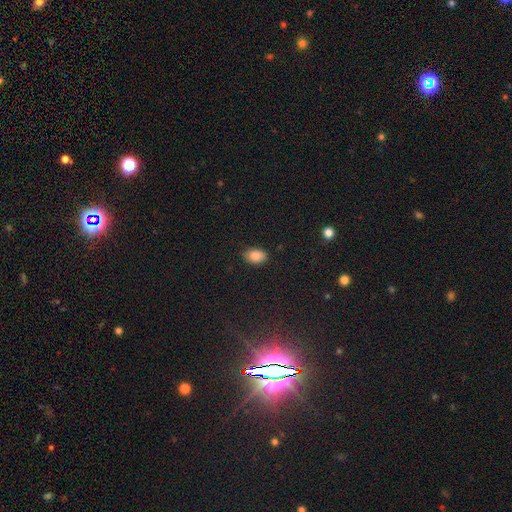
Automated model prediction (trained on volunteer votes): Smooth or featured?
  - smooth: 86% *
  - star or artifact: 9%
  - featured or disk: 5%
How rounded?
  - in between: 84% *
  - round: 14%
  - cigar-shaped: 1%
Merging?
  - none: 80% *
  - minor disturbance: 16%
  - major disturbance: 3%
  - merger: 1%